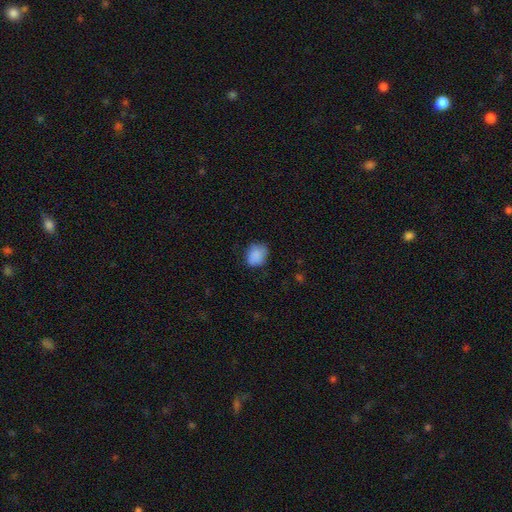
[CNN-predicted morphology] Smooth or featured?
  - smooth: 86% *
  - star or artifact: 9%
  - featured or disk: 5%
How rounded?
  - in between: 53% *
  - round: 46%
  - cigar-shaped: 1%
Merging?
  - none: 69% *
  - minor disturbance: 25%
  - major disturbance: 6%
  - merger: 1%